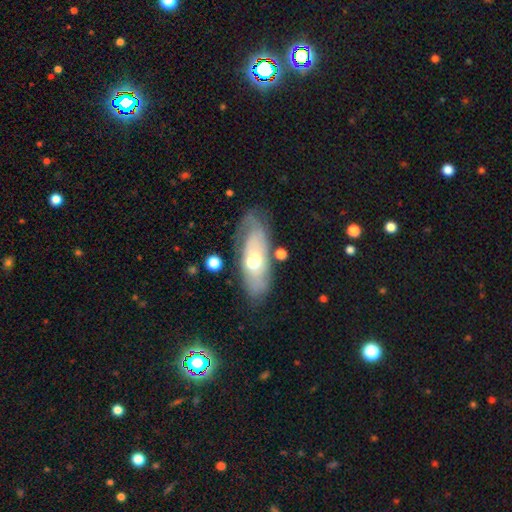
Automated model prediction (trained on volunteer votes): The model was most divided on "smooth or featured": featured or disk: 62%, smooth: 30%, star or artifact: 8%. More confident: edge-on disk — no (80%); merging — none (66%).